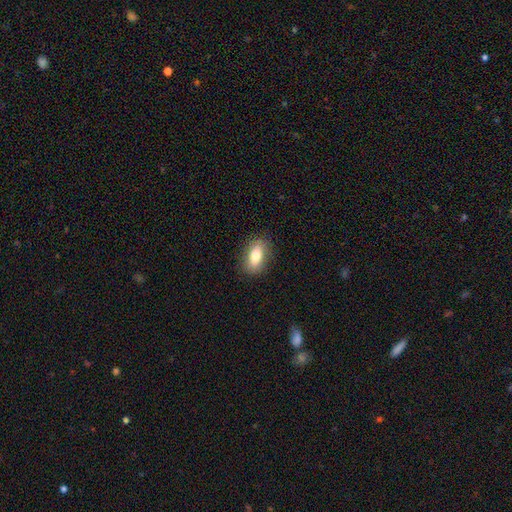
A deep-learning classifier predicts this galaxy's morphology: This is likely a smooth galaxy (75%). How rounded: clearly in between (86%). Merging: clearly none (85%).